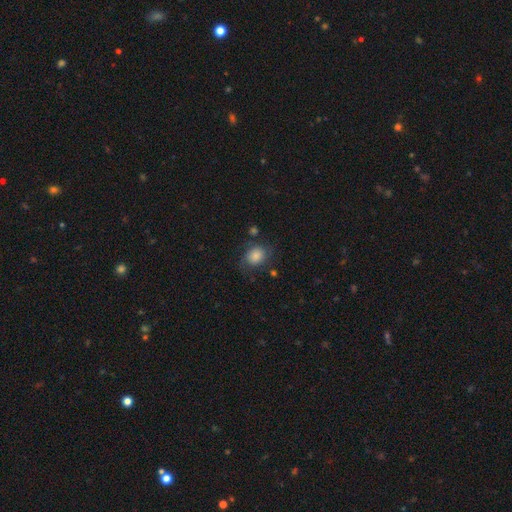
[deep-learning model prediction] Overall: smooth (80%). How rounded: round (55%; in between 44%). Merging: none (64%).